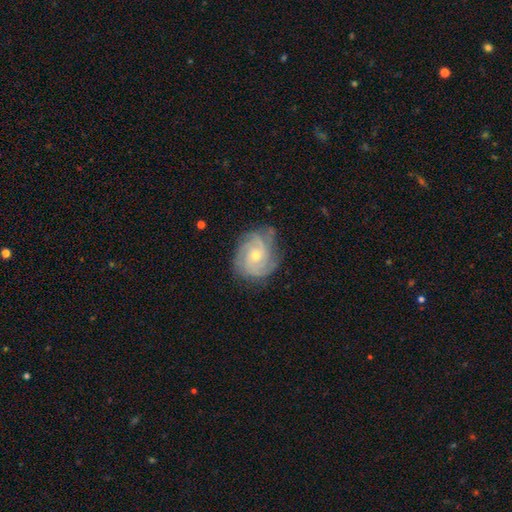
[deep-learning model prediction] Overall: featured or disk (84%). Edge-on disk: no (97%). Bar: no (74%). Spiral arms: yes (96%). Spiral arm count: 3 (34%; can't tell 22%). Spiral winding: tight (64%; medium 30%). Bulge size: small (54%; moderate 42%). Merging: none (72%).